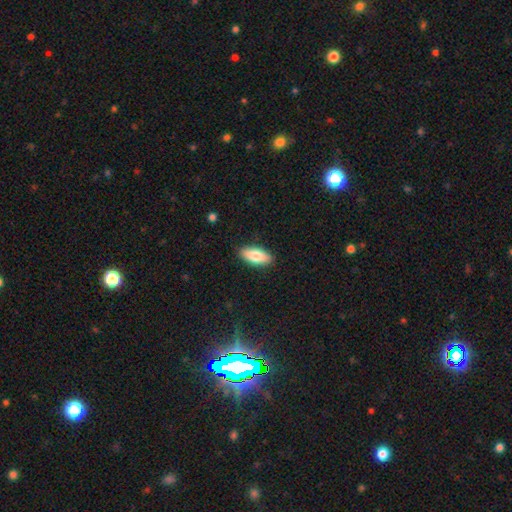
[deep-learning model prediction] smooth-or-featured: smooth: 81% | featured or disk: 13% | star or artifact: 6%
  how-rounded: in between: 84% | cigar-shaped: 14% | round: 2%
  merging: none: 89% | minor disturbance: 9% | major disturbance: 2% | merger: 1%